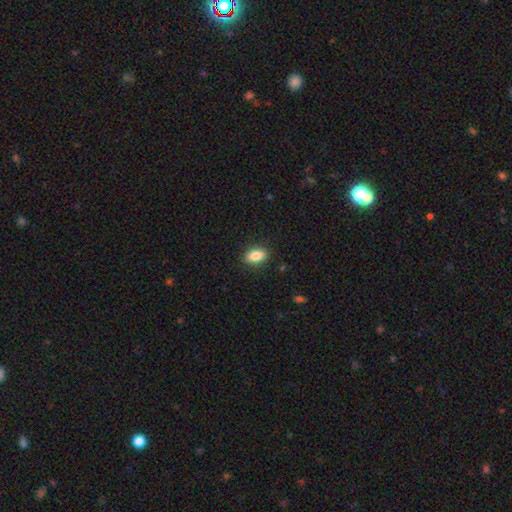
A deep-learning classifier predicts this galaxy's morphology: A smooth galaxy with no disk features (86%) that is in between round and cigar-shaped (87%). Merging: none (88%).